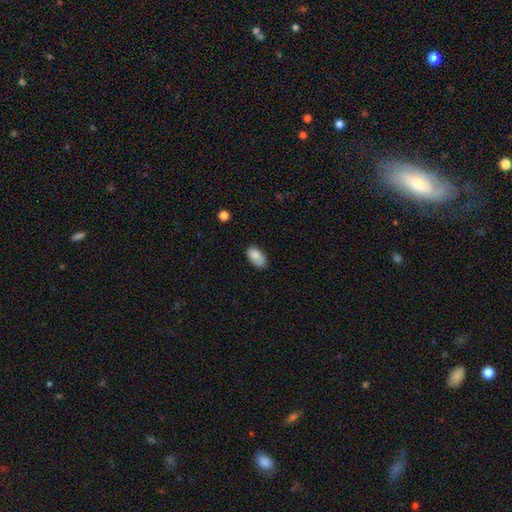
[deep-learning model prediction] smooth-or-featured: smooth: 83% | featured or disk: 9% | star or artifact: 7%
  how-rounded: in between: 94% | round: 4% | cigar-shaped: 2%
  merging: none: 67% | minor disturbance: 24% | major disturbance: 6% | merger: 2%